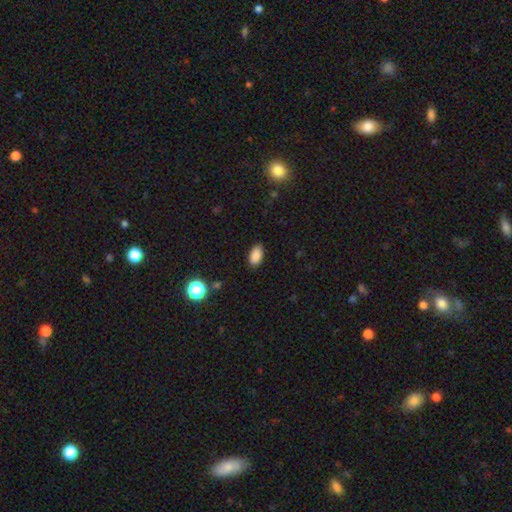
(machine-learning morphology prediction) Smooth or featured?
  - smooth: 87% *
  - star or artifact: 9%
  - featured or disk: 4%
How rounded?
  - in between: 93% *
  - round: 4%
  - cigar-shaped: 3%
Merging?
  - none: 87% *
  - minor disturbance: 9%
  - major disturbance: 2%
  - merger: 1%